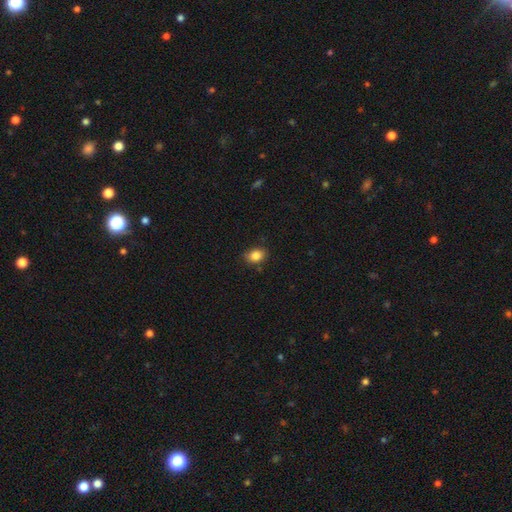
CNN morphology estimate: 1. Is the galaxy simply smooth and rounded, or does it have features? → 85% smooth, 9% star or artifact, 6% featured or disk.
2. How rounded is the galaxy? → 68% in between, 31% round, 1% cigar-shaped.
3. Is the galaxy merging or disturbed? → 81% none, 14% minor disturbance, 3% major disturbance, 2% merger.